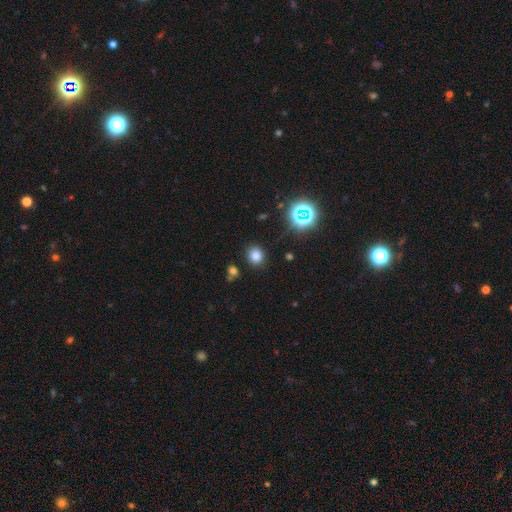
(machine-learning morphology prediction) The model was most divided on "how rounded": round: 77%, in between: 22%, cigar-shaped: 1%. More confident: merging — none (86%); smooth or featured — smooth (75%).